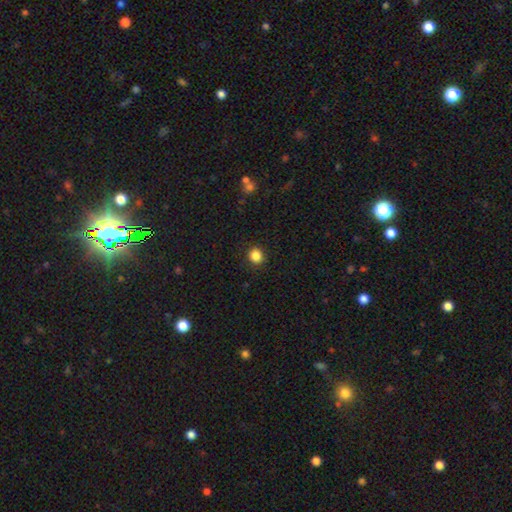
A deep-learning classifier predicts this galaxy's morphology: Smooth or featured? smooth (85%)
How rounded? round (87%)
Merging? none (91%)